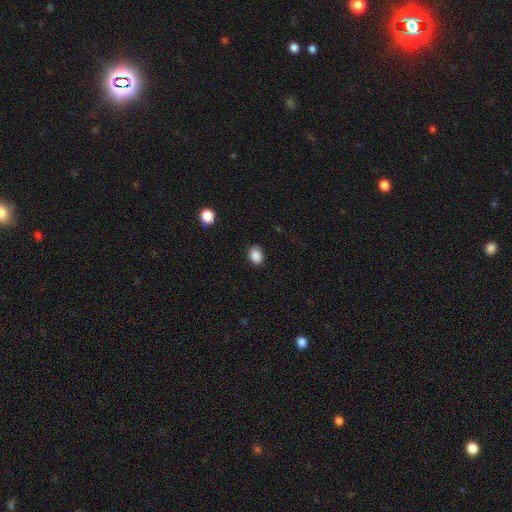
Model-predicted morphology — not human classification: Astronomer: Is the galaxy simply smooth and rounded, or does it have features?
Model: smooth — 87%.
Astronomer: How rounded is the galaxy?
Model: in between — 62%.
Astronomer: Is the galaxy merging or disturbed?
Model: none — 85%.